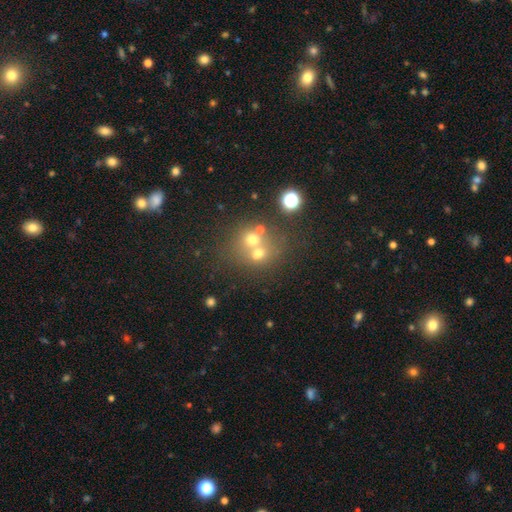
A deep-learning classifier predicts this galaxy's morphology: Q: Smooth or featured?
A: smooth (58%); runner-up: featured or disk (22%)
Q: How rounded?
A: round (74%); runner-up: in between (25%)
Q: Merging?
A: merger (50%); runner-up: none (37%)